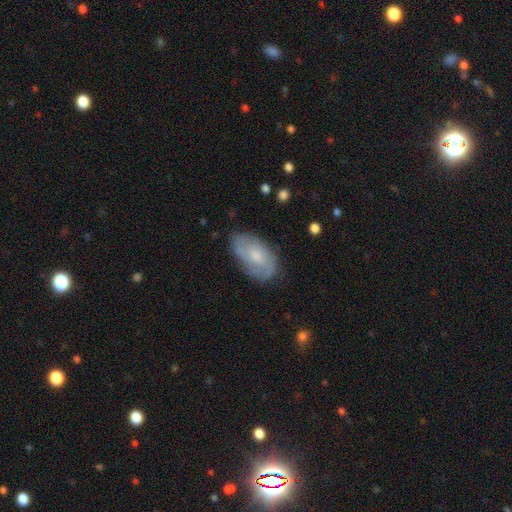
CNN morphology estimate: Overall: featured or disk (58%; smooth 36%). Edge-on disk: no (95%). Bar: no (65%; weak 31%). Spiral arms: yes (84%). Bulge size: small (44%; moderate 41%). Merging: none (73%).